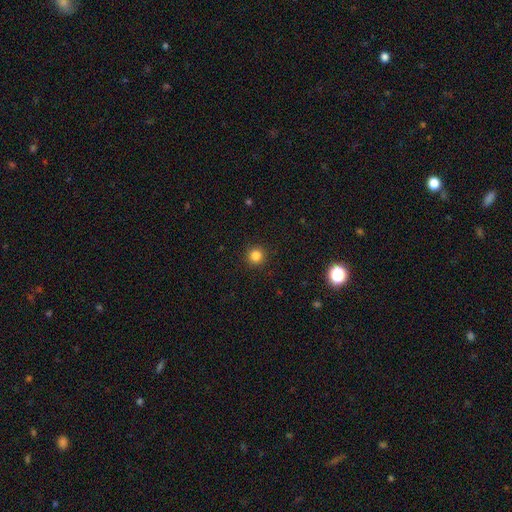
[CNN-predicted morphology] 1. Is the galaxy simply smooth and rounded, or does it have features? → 84% smooth, 13% star or artifact, 4% featured or disk.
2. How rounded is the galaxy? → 94% round, 5% in between, 1% cigar-shaped.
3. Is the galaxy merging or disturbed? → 92% none, 5% minor disturbance, 2% major disturbance, 1% merger.